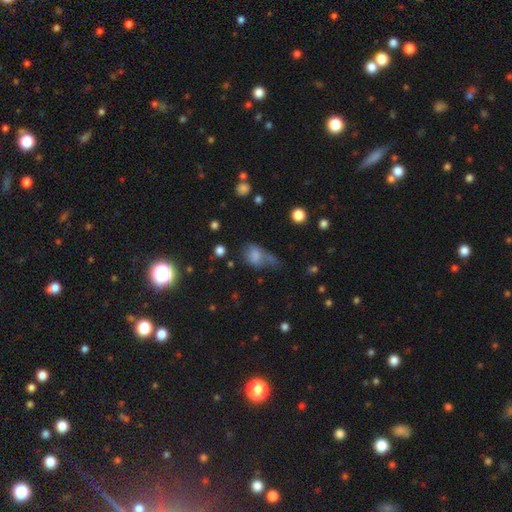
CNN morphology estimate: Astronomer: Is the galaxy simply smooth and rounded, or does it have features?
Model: smooth — 72%.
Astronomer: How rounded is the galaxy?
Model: in between — 74%.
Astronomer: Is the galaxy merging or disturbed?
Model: none — 28% (runner-up: major disturbance, 26%).